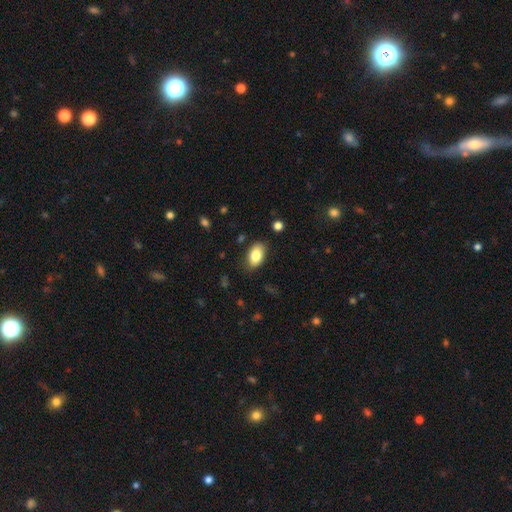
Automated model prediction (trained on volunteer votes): A smooth galaxy with no disk features (83%) that is in between round and cigar-shaped (92%).

Vote fractions:
- Smooth or featured? smooth: 83% / featured or disk: 9% / star or artifact: 7%
- How rounded? in between: 92% / round: 7% / cigar-shaped: 2%
- Merging? none: 84% / minor disturbance: 12% / major disturbance: 3% / merger: 1%